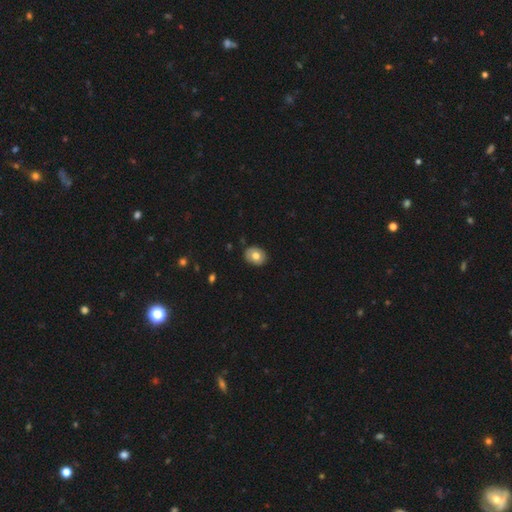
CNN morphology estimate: Overall: smooth (72%). How rounded: in between (58%; round 41%). Merging: none (87%).